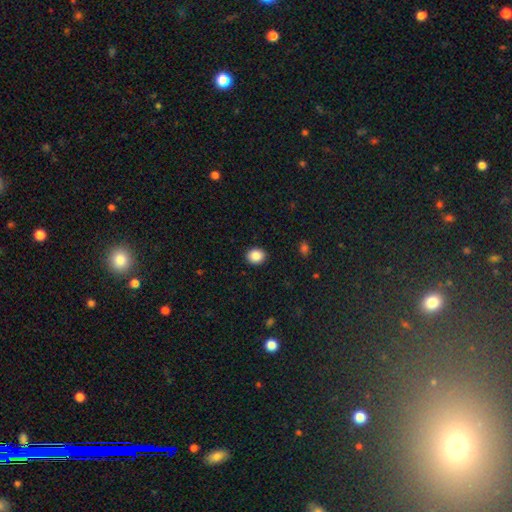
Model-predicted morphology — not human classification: smooth_or_featured: smooth (p=0.87) [alt: star or artifact p=0.09]
how_rounded: round (p=0.71) [alt: in between p=0.28]
merging: none (p=0.92) [alt: minor disturbance p=0.06]